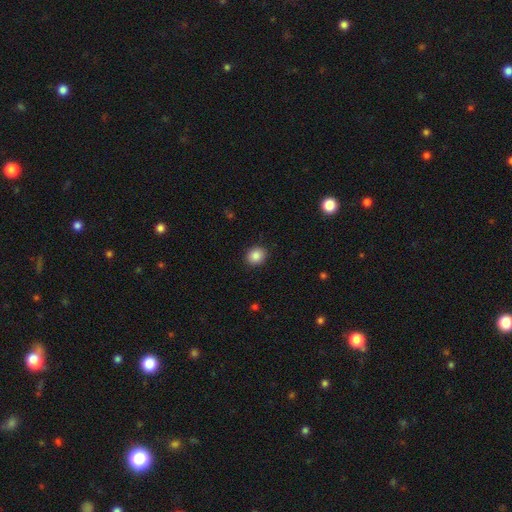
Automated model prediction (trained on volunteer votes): A smooth galaxy with no disk features (86%) that is round (71%). Merging: none (91%).